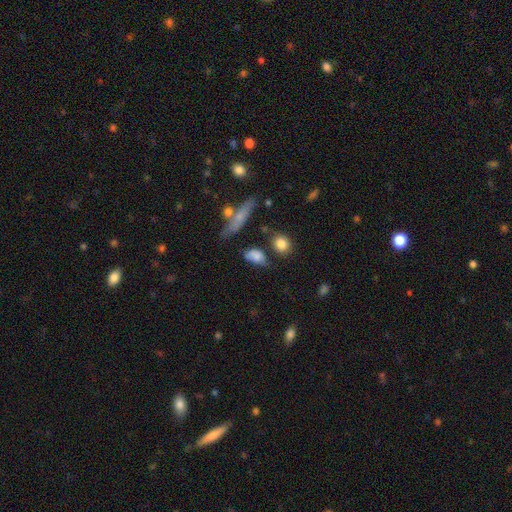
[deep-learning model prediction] A smooth galaxy with no disk features (74%) that is in between round and cigar-shaped (75%).

Vote fractions:
- Smooth or featured? smooth: 74% / featured or disk: 16% / star or artifact: 10%
- How rounded? in between: 75% / round: 16% / cigar-shaped: 8%
- Merging? none: 45% / minor disturbance: 30% / major disturbance: 14% / merger: 11%